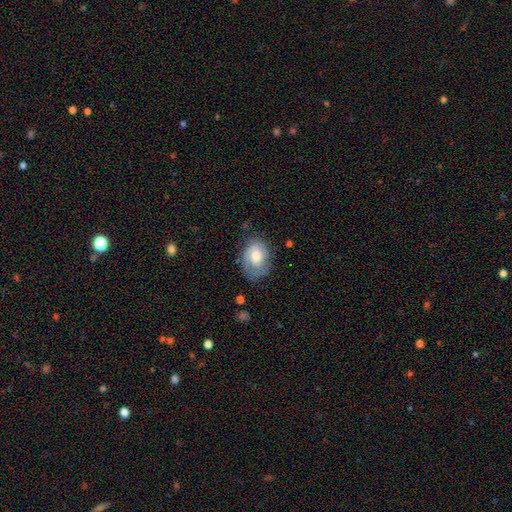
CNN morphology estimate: type=featured or disk (64%); edge-on=no (96%); bar=no (66%); spiral arms=yes (84%); winding=tight (57%); arm count=2 (39%); bulge=moderate (56%); merging=none (63%).